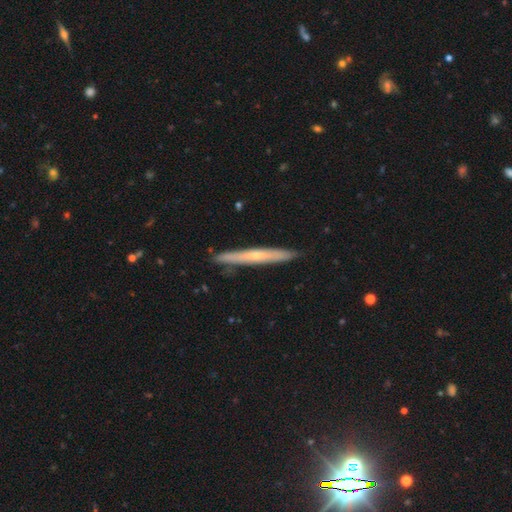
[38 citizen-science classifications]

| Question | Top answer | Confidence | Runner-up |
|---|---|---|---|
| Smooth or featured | featured or disk | 55% | smooth (45%) |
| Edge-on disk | yes | 81% | no (19%) |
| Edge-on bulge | rounded | 71% | none (29%) |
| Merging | none | 95% | minor disturbance (5%) |